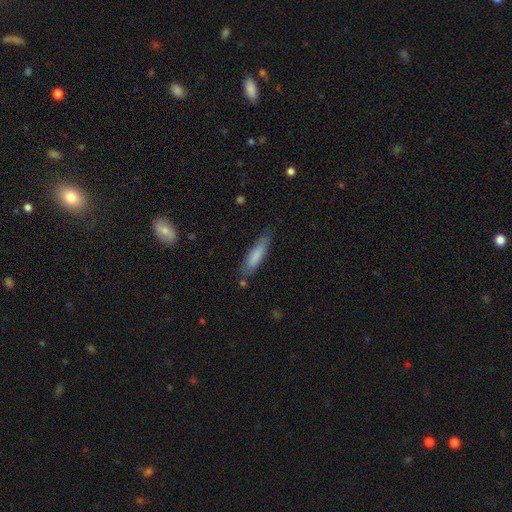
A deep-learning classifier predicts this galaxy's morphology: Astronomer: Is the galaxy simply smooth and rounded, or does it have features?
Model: smooth — 79%.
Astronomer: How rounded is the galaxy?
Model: cigar-shaped — 74%.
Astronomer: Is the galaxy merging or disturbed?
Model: none — 78%.